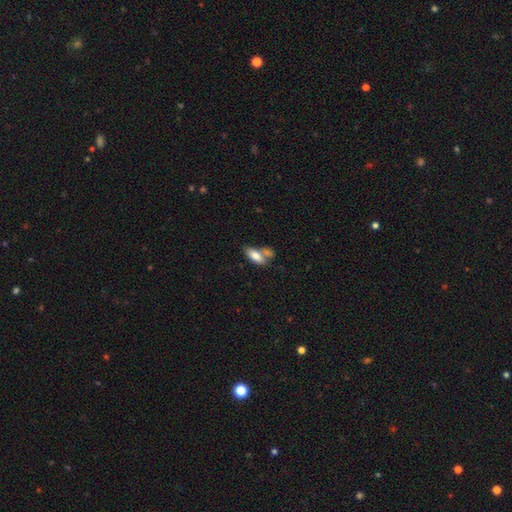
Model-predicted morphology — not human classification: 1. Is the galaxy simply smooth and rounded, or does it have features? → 77% smooth, 16% featured or disk, 7% star or artifact.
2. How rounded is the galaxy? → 82% in between, 16% cigar-shaped, 3% round.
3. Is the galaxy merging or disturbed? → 41% none, 39% merger, 14% minor disturbance, 6% major disturbance.